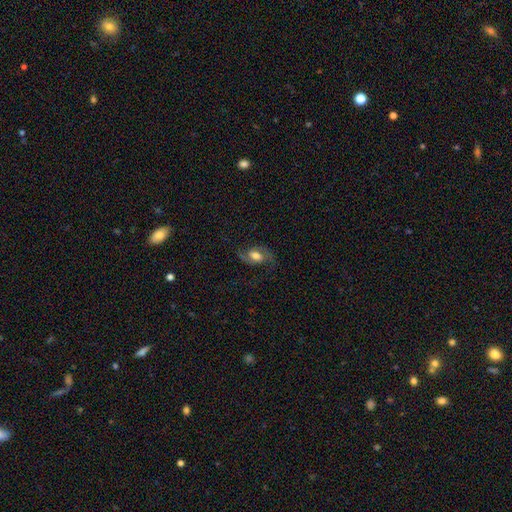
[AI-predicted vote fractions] Smooth or featured? featured or disk (74%)
Edge-on disk? no (96%)
Bar? weak (44%)
Spiral arms? yes (94%)
Spiral winding? loose (47%)
Spiral arm count? 2 (92%)
Bulge size? moderate (54%)
Merging? none (74%)